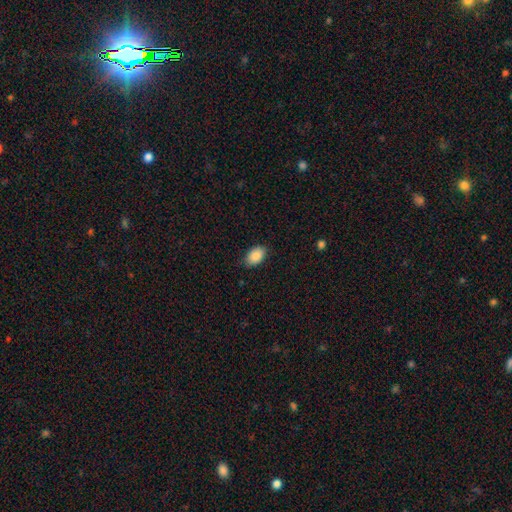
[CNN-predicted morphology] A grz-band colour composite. It shows a smooth galaxy with no disk features (88%) that is in between round and cigar-shaped (91%). Merging: none (84%).